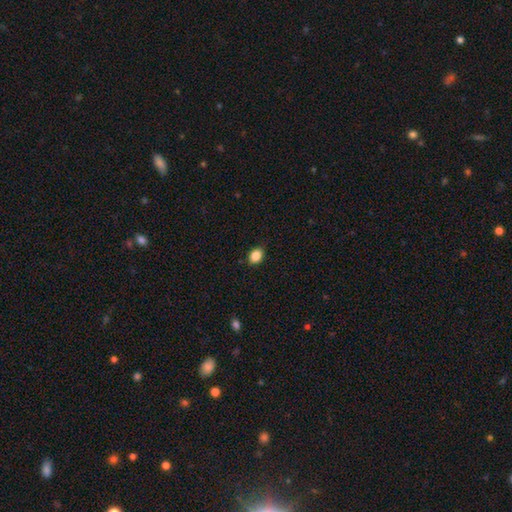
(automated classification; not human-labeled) smooth_or_featured: smooth (p=0.86) [alt: star or artifact p=0.09]
how_rounded: in between (p=0.70) [alt: round p=0.29]
merging: none (p=0.88) [alt: minor disturbance p=0.10]